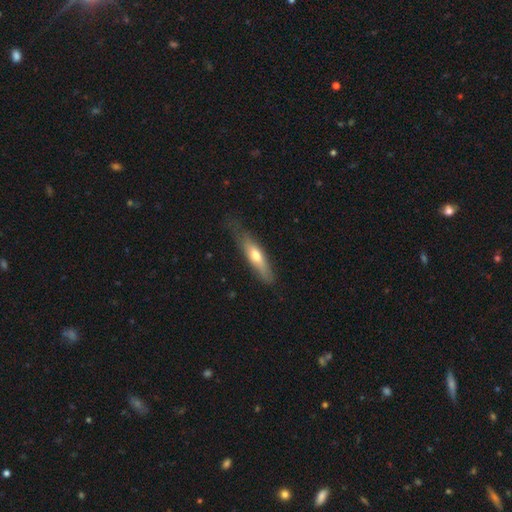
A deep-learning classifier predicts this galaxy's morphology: Smooth or featured: smooth — 57% (featured or disk — 37%)
How rounded: cigar-shaped — 67% (in between — 31%)
Merging: none — 65% (minor disturbance — 25%)